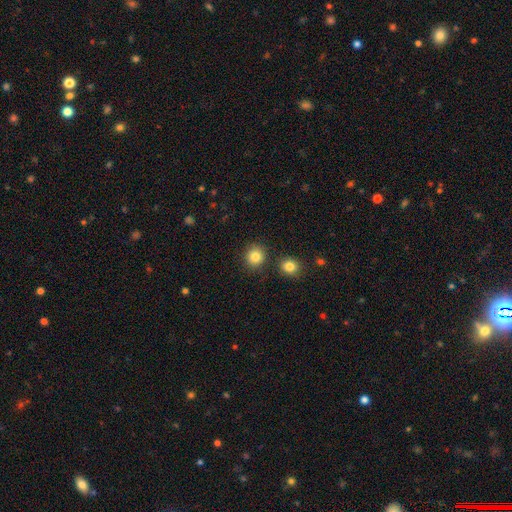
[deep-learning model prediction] Smooth or featured? Predicted: smooth (p=0.85). How rounded? Predicted: round (p=0.90). Merging? Predicted: none (p=0.87).